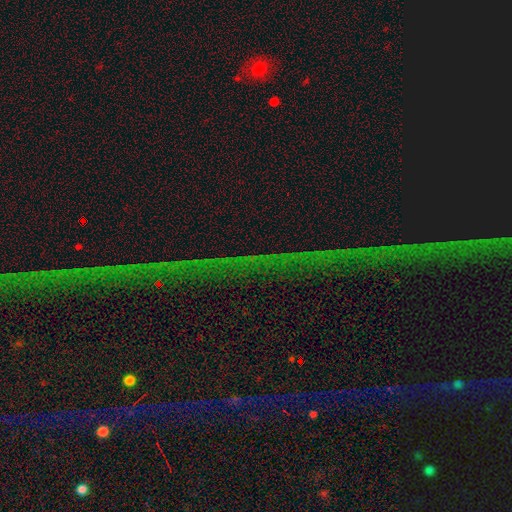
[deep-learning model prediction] A star or artifact, not a galaxy (75%).

Vote fractions:
- Smooth or featured? star or artifact: 75% / featured or disk: 15% / smooth: 10%